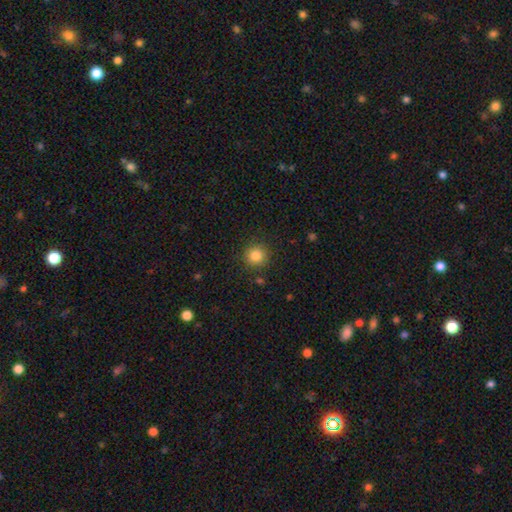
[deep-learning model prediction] smooth_or_featured: smooth (p=0.83) [alt: star or artifact p=0.11]
how_rounded: round (p=0.94) [alt: in between p=0.05]
merging: none (p=0.89) [alt: minor disturbance p=0.07]